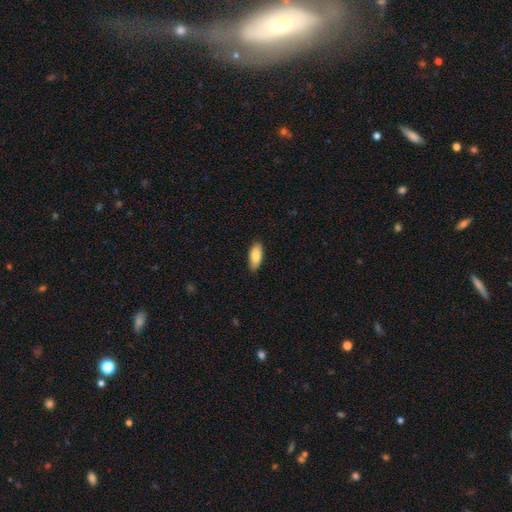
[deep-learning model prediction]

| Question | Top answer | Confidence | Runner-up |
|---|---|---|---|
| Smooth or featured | smooth | 84% | featured or disk (10%) |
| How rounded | in between | 83% | cigar-shaped (15%) |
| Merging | none | 86% | minor disturbance (11%) |